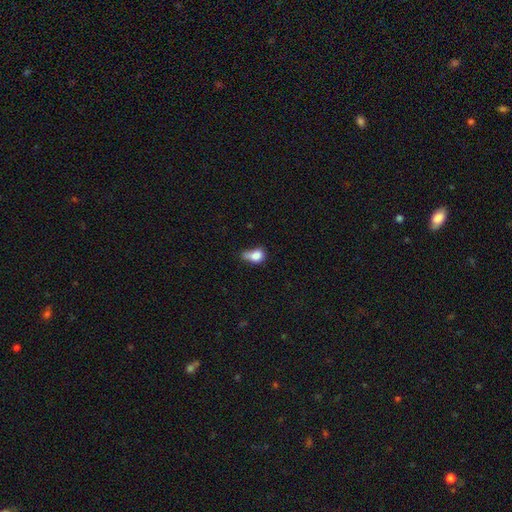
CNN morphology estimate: The model was most divided on "merging": minor disturbance: 34%, none: 26%, major disturbance: 23%, merger: 17%. More confident: smooth or featured — smooth (79%); how rounded — in between (59%).